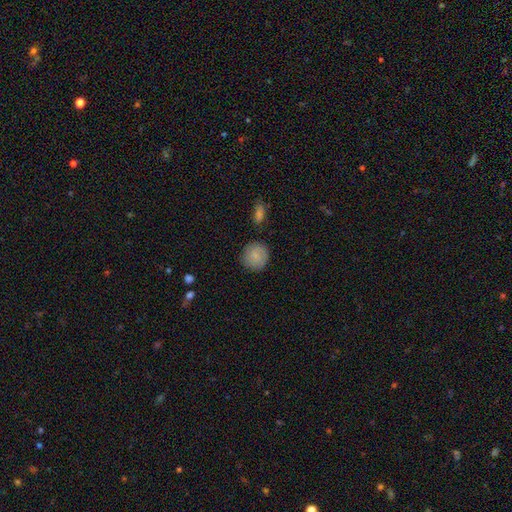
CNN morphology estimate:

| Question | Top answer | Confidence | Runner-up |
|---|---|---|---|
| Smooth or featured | smooth | 83% | featured or disk (11%) |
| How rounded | round | 90% | in between (9%) |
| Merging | none | 83% | minor disturbance (11%) |